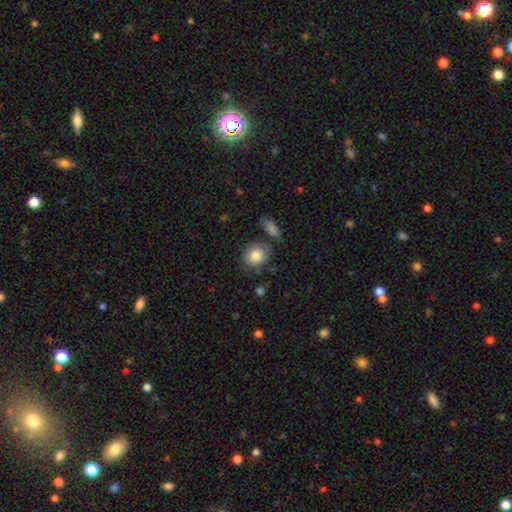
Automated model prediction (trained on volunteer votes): Smooth or featured?
  - smooth: 83% *
  - featured or disk: 10%
  - star or artifact: 7%
How rounded?
  - round: 65% *
  - in between: 33%
  - cigar-shaped: 1%
Merging?
  - none: 71% *
  - minor disturbance: 18%
  - merger: 7%
  - major disturbance: 5%